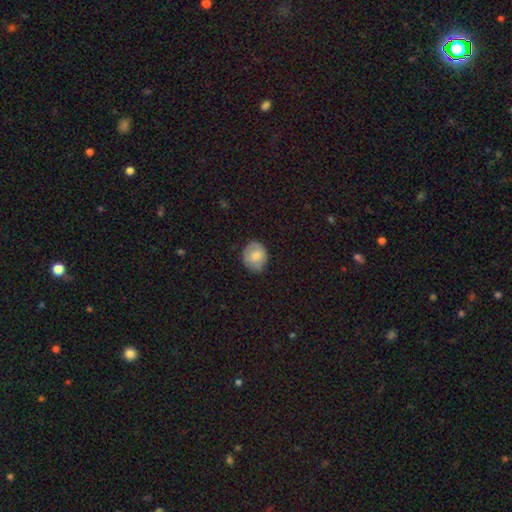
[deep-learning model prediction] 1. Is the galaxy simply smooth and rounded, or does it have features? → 77% smooth, 16% featured or disk, 7% star or artifact.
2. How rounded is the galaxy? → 68% round, 31% in between, 1% cigar-shaped.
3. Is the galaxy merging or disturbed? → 77% none, 18% minor disturbance, 4% major disturbance, 1% merger.